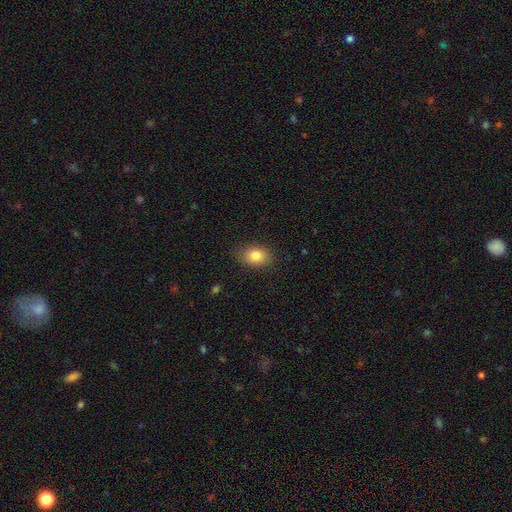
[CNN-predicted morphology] smooth 83%, star or artifact 9%, featured or disk 8%. Down the decision tree: how rounded — in between (73%); merging — none (82%).